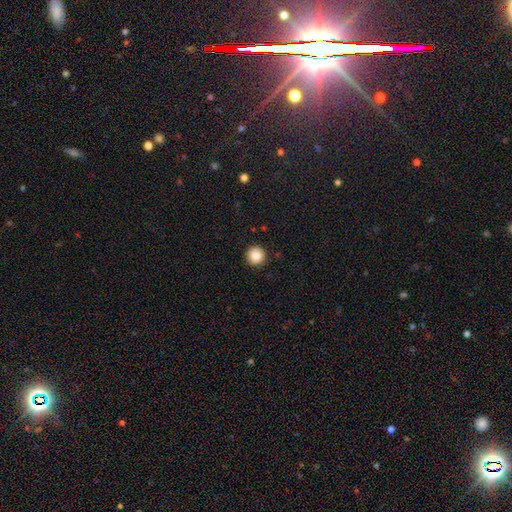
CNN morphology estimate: A smooth galaxy with no disk features (86%) that is round (95%). Merging: none (91%).